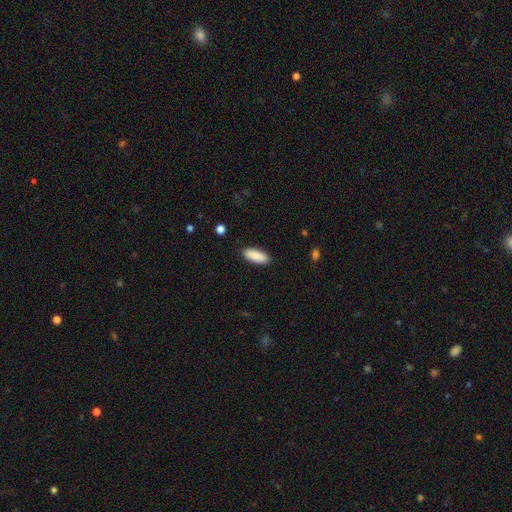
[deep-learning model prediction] smooth-or-featured: smooth: 89% | star or artifact: 6% | featured or disk: 5%
  how-rounded: in between: 74% | cigar-shaped: 25% | round: 2%
  merging: none: 89% | minor disturbance: 8% | major disturbance: 2% | merger: 1%